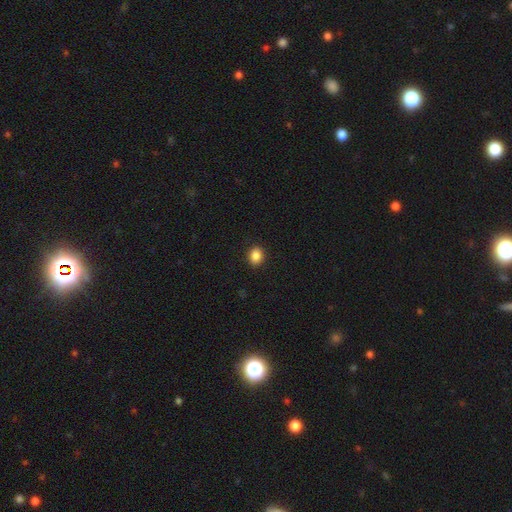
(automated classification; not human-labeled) smooth 87%, star or artifact 10%, featured or disk 4%. Down the decision tree: how rounded — round (59%); merging — none (91%).